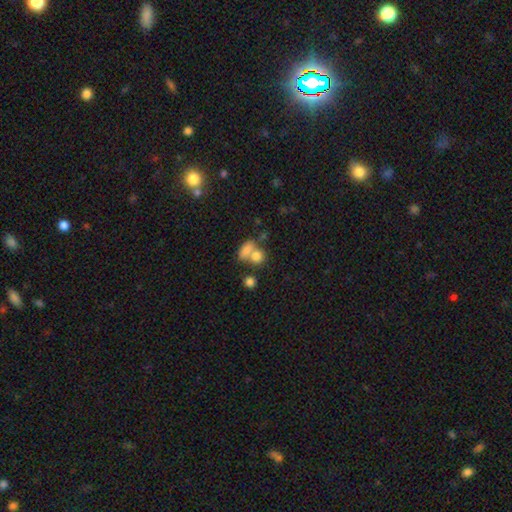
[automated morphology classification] smooth 78%, star or artifact 12%, featured or disk 11%. Down the decision tree: how rounded — round (55%); merging — merger (48%).